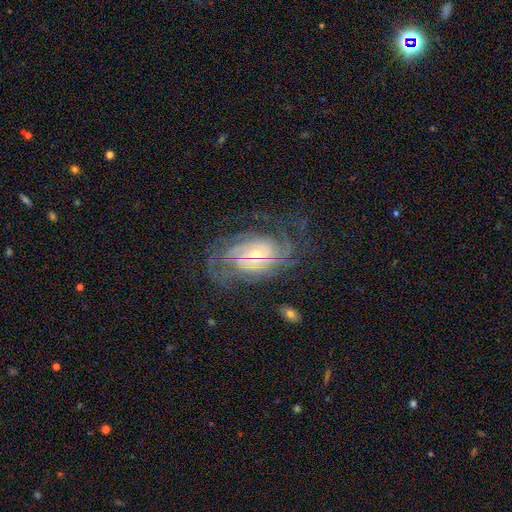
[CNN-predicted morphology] This is clearly a featured or disk galaxy (87%). It is clearly not viewed edge-on (96%). Bar: possibly no (47%). Spiral arm pattern: clearly yes (97%). Spiral arm count: marginally can't tell (32%). Spiral winding: likely tight (73%). Central bulge: likely small (61%). Merging: likely none (67%).